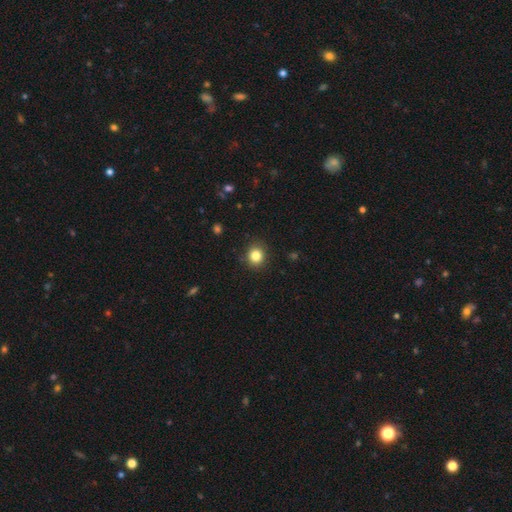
Smooth or featured? 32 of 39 (82%) said smooth. How rounded? 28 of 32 (88%) said round. Merging? 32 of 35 (91%) said none.